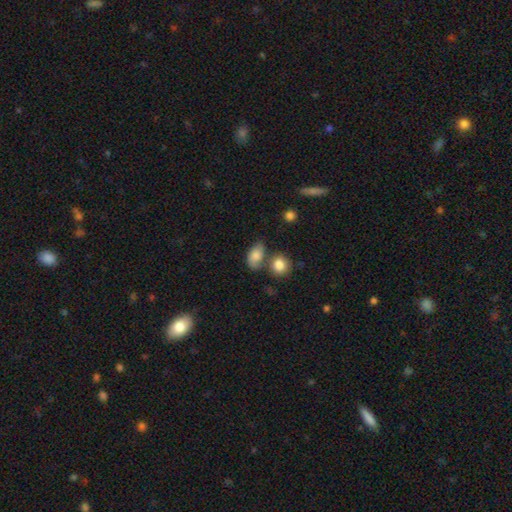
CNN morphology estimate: smooth_or_featured: smooth (p=0.79) [alt: featured or disk p=0.13]
how_rounded: in between (p=0.85) [alt: round p=0.12]
merging: none (p=0.48) [alt: merger p=0.26]